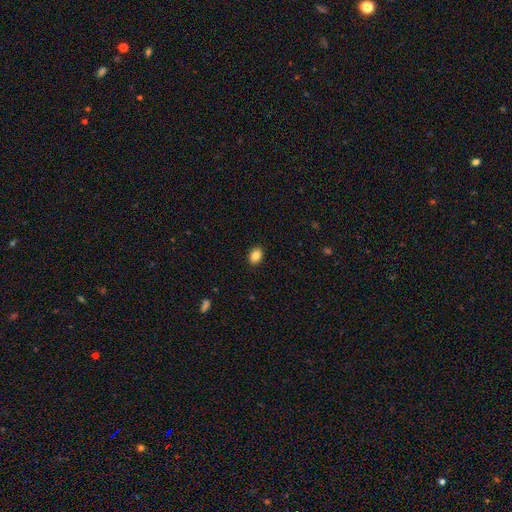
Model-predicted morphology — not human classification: type=smooth (85%); roundness=in between (78%); merging=none (90%).